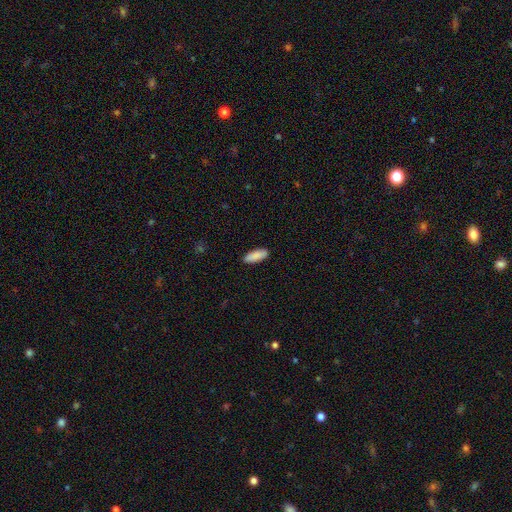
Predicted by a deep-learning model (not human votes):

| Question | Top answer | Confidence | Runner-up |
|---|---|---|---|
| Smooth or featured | smooth | 90% | star or artifact (6%) |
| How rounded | in between | 68% | cigar-shaped (31%) |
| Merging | none | 90% | minor disturbance (7%) |